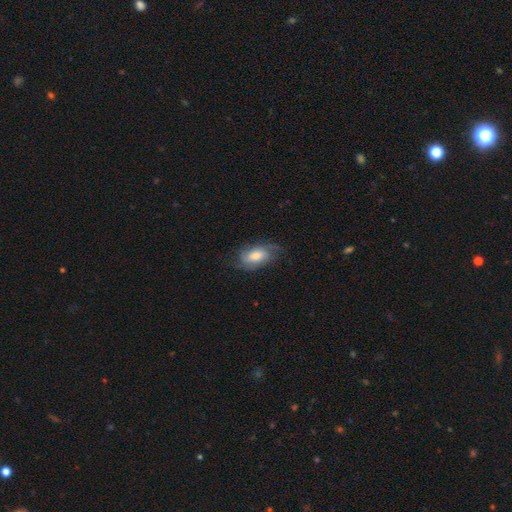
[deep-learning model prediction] Overall: featured or disk (47%; smooth 45%). Merging: none (68%).